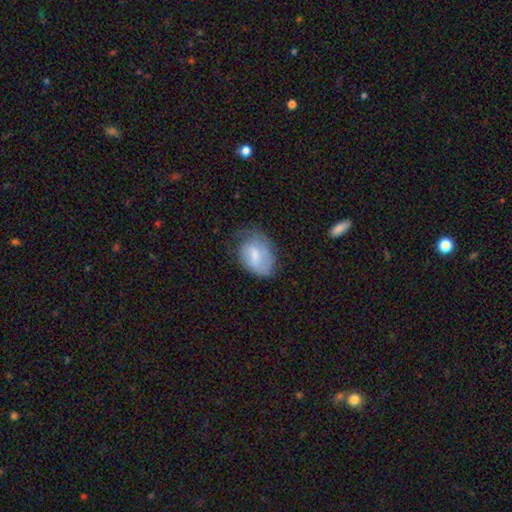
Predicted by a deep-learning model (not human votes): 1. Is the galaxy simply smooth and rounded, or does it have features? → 65% smooth, 28% featured or disk, 7% star or artifact.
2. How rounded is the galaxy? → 84% in between, 15% round, 2% cigar-shaped.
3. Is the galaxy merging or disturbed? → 46% none, 36% minor disturbance, 17% major disturbance, 2% merger.